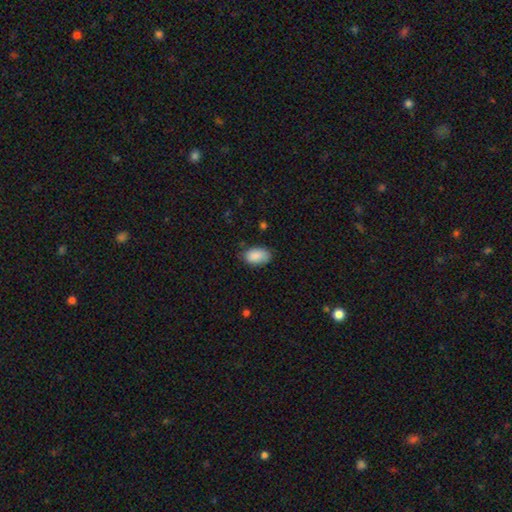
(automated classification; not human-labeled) Smooth or featured? Predicted: smooth (p=0.88). How rounded? Predicted: in between (p=0.92). Merging? Predicted: none (p=0.74).